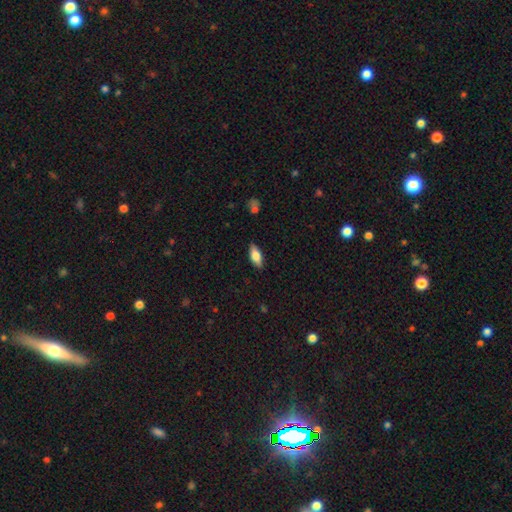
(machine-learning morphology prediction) Overall: smooth (75%). How rounded: in between (79%). Merging: none (86%).